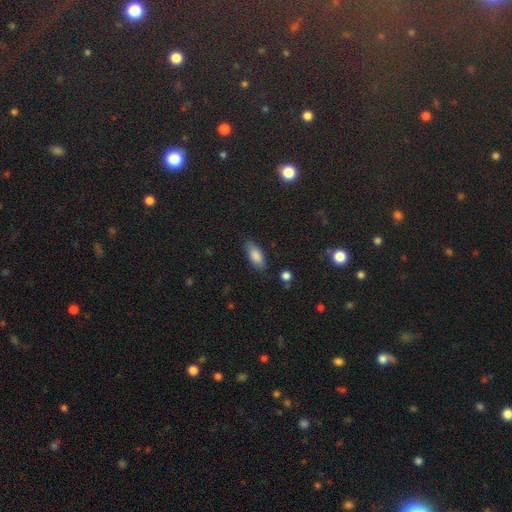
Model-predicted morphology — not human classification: Smooth or featured? smooth (84%)
How rounded? in between (82%)
Merging? none (80%)